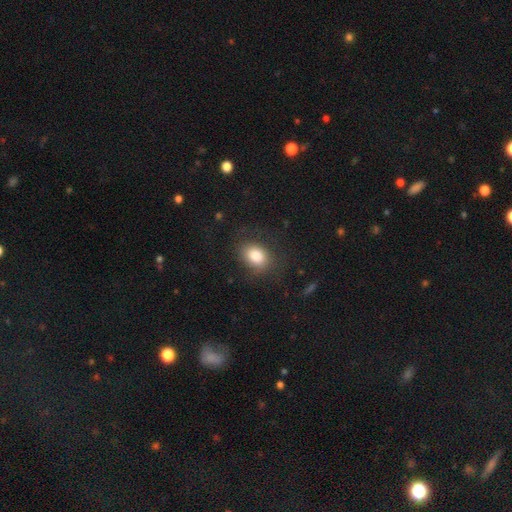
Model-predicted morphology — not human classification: smooth 82%, featured or disk 10%, star or artifact 9%. Down the decision tree: how rounded — in between (64%); merging — none (73%).